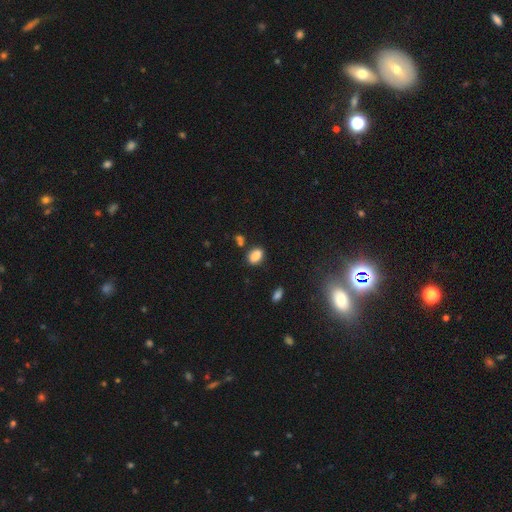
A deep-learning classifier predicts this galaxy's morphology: This appears to be a smooth galaxy with no disk features (86%) that is in between round and cigar-shaped (83%). Merging: none (73%).